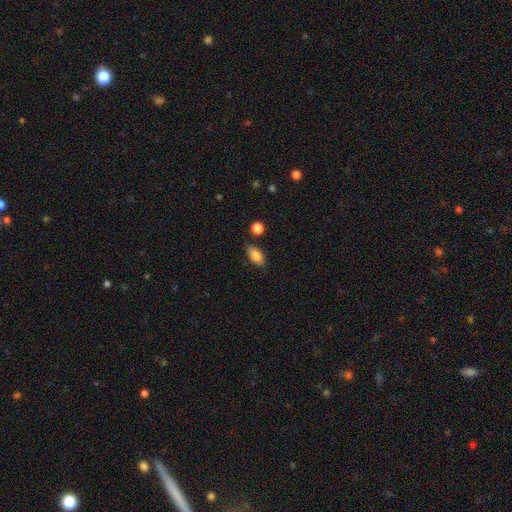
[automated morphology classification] Smooth or featured: smooth — 84% (featured or disk — 8%)
How rounded: in between — 89% (cigar-shaped — 6%)
Merging: none — 83% (minor disturbance — 11%)